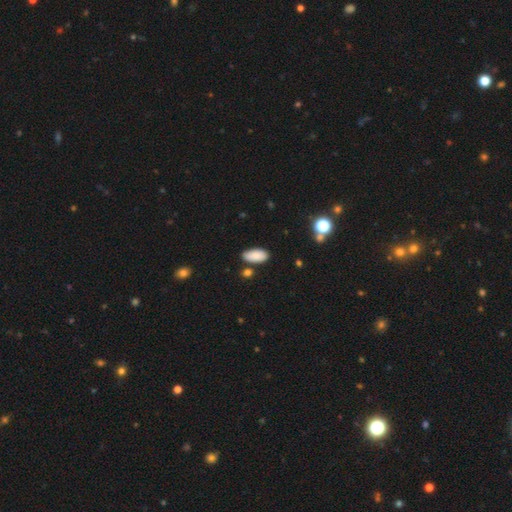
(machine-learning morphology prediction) smooth_or_featured: smooth (p=0.87) [alt: star or artifact p=0.08]
how_rounded: in between (p=0.92) [alt: cigar-shaped p=0.06]
merging: none (p=0.80) [alt: minor disturbance p=0.13]